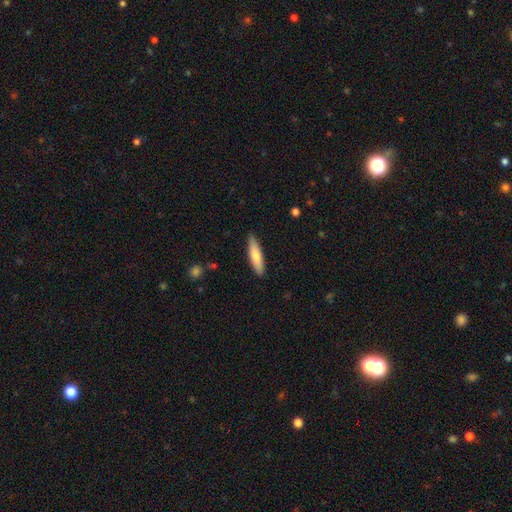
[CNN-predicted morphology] Smooth or featured? smooth (71%)
How rounded? cigar-shaped (73%)
Merging? none (88%)